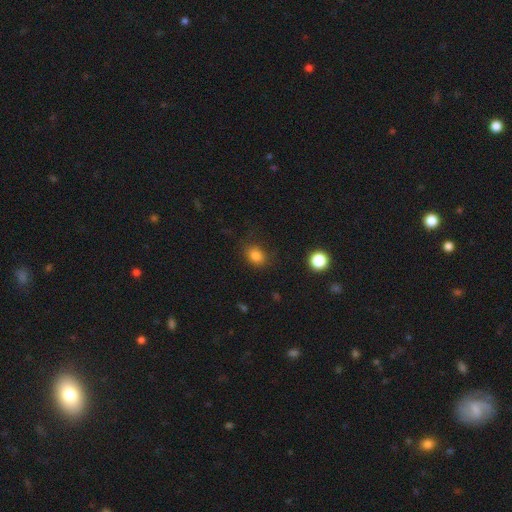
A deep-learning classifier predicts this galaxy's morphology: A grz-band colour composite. It shows a smooth galaxy with no disk features (81%) that is in between round and cigar-shaped (53%). Merging: none (77%).